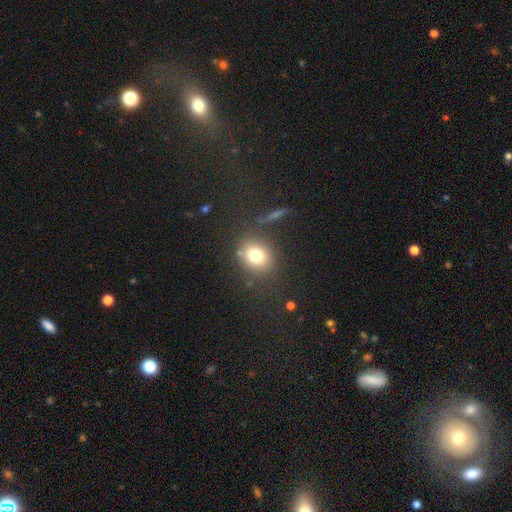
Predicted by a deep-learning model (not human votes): Smooth or featured: smooth — 76% (star or artifact — 14%)
How rounded: round — 71% (in between — 28%)
Merging: none — 79% (minor disturbance — 11%)